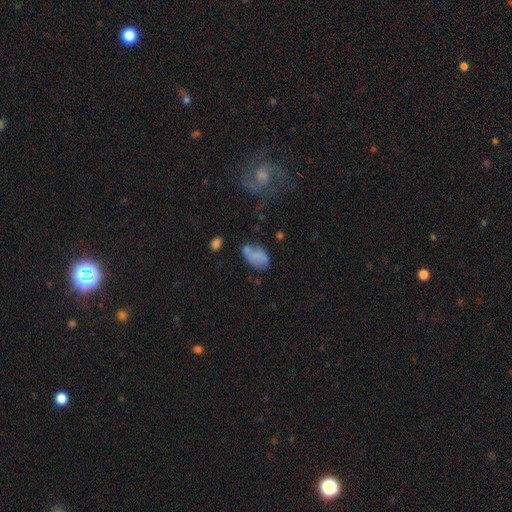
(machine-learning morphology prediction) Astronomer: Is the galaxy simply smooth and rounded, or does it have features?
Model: smooth — 66%.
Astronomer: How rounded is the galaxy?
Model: in between — 90%.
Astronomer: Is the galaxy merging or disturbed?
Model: none — 50% (runner-up: minor disturbance, 29%).